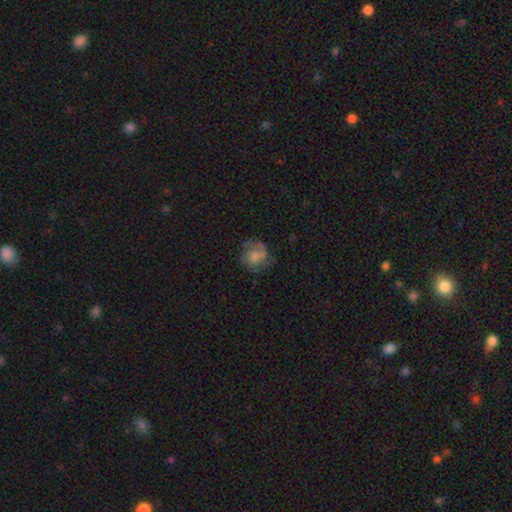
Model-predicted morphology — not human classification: A smooth galaxy with no disk features (59%) that is round (76%).

Vote fractions:
- Smooth or featured? smooth: 59% / featured or disk: 29% / star or artifact: 12%
- How rounded? round: 76% / in between: 23% / cigar-shaped: 1%
- Merging? none: 55% / minor disturbance: 23% / major disturbance: 18% / merger: 4%